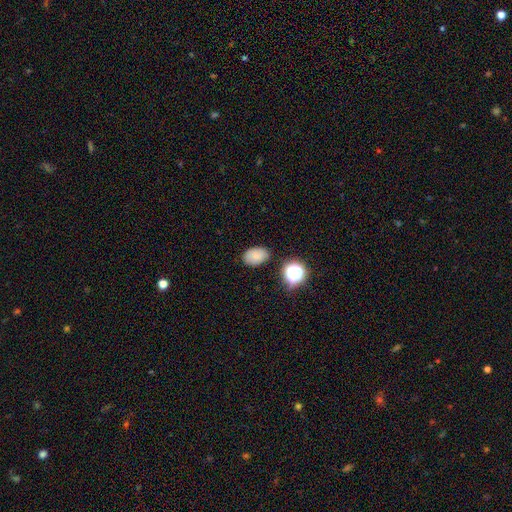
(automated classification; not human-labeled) Smooth or featured: smooth — 80% (star or artifact — 13%)
How rounded: in between — 84% (round — 15%)
Merging: none — 80% (minor disturbance — 14%)